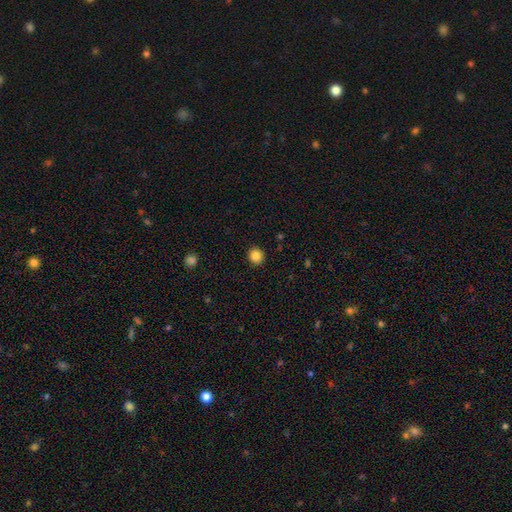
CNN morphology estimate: Smooth or featured: smooth — 85% (star or artifact — 11%)
How rounded: round — 87% (in between — 12%)
Merging: none — 92% (minor disturbance — 5%)